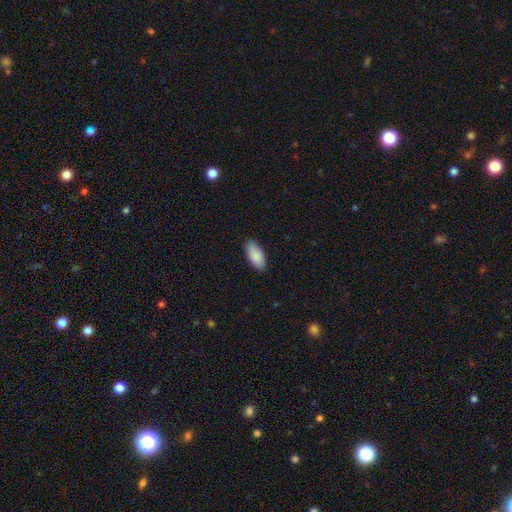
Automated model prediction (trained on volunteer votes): This appears to be a smooth galaxy with no disk features (89%) that is in between round and cigar-shaped (91%). Merging: none (86%).